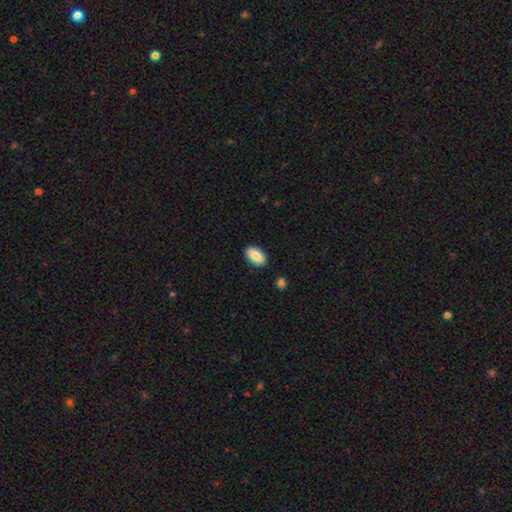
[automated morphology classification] Smooth or featured? Predicted: smooth (p=0.86). How rounded? Predicted: in between (p=0.94). Merging? Predicted: none (p=0.88).